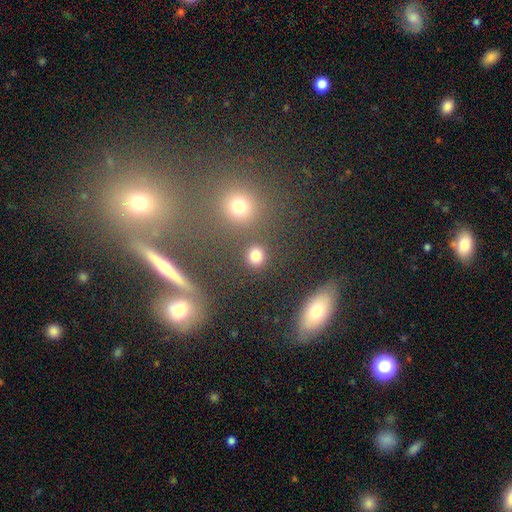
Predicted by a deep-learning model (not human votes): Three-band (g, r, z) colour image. It shows a smooth galaxy with no disk features (80%) that is round (86%). Merging: none (85%).